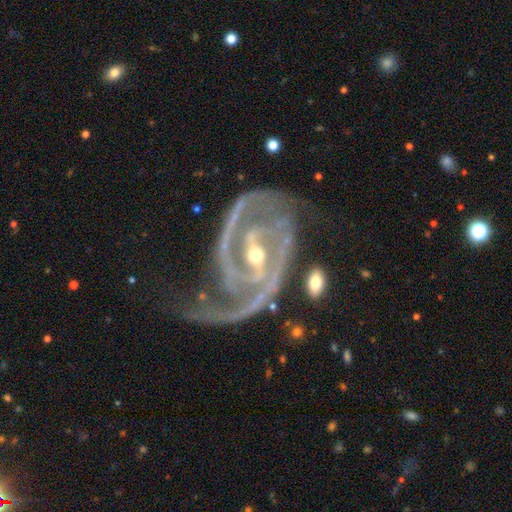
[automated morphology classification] Smooth or featured? featured or disk (93%)
Edge-on disk? no (97%)
Bar? strong (55%)
Spiral arms? yes (98%)
Spiral winding? medium (47%)
Spiral arm count? 2 (72%)
Bulge size? small (56%)
Merging? none (44%)